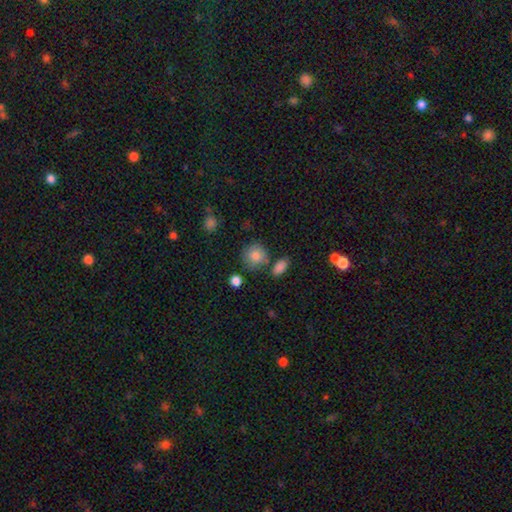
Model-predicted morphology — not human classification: A smooth galaxy with no disk features (83%) that is round (85%). Merging: none (71%).